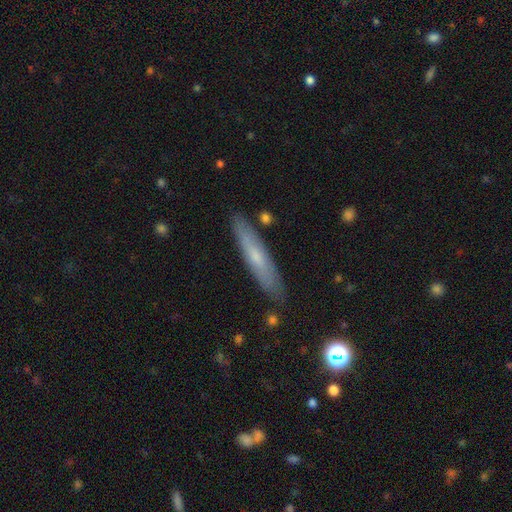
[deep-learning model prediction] Q: Smooth or featured?
A: smooth (54%); runner-up: featured or disk (39%)
Q: How rounded?
A: cigar-shaped (88%); runner-up: in between (10%)
Q: Merging?
A: none (85%); runner-up: minor disturbance (11%)